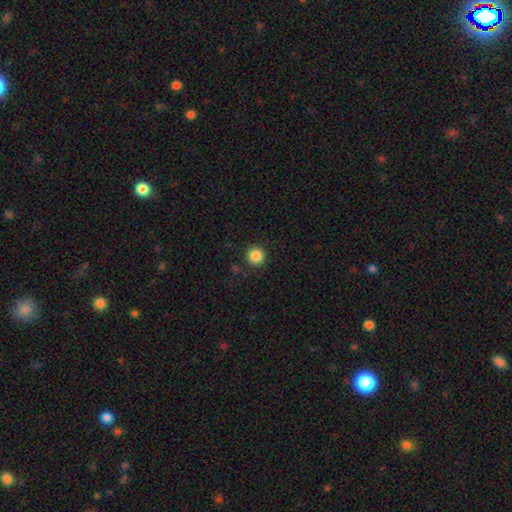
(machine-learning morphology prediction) Smooth or featured: smooth — 86% (star or artifact — 10%)
How rounded: round — 95% (in between — 4%)
Merging: none — 90% (minor disturbance — 6%)